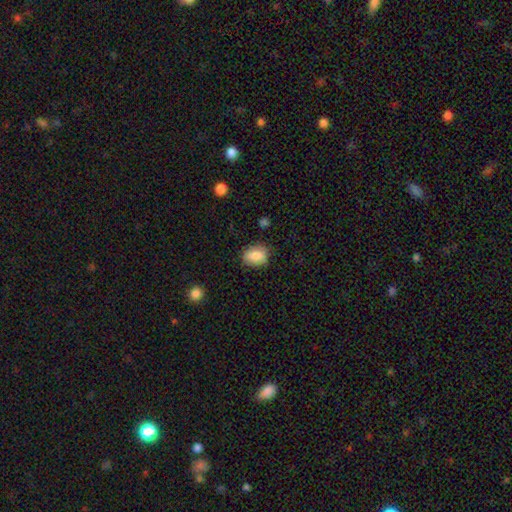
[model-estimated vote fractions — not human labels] smooth_or_featured: smooth (p=0.83) [alt: featured or disk p=0.09]
how_rounded: in between (p=0.70) [alt: round p=0.28]
merging: none (p=0.77) [alt: minor disturbance p=0.18]